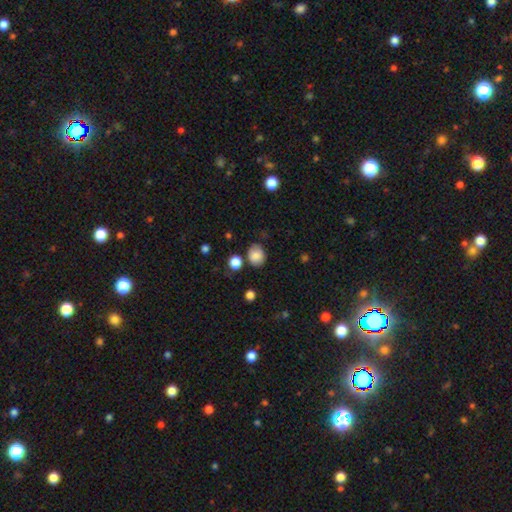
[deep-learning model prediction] Smooth or featured? smooth (85%)
How rounded? round (56%)
Merging? none (76%)